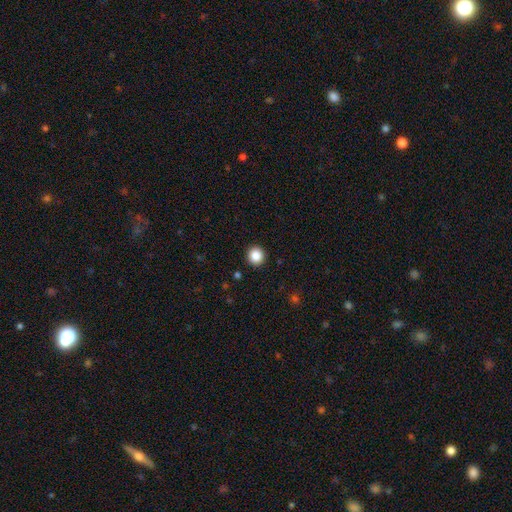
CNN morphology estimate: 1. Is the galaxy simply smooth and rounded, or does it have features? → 87% smooth, 10% star or artifact, 3% featured or disk.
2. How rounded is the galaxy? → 94% round, 5% in between, 1% cigar-shaped.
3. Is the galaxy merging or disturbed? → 93% none, 4% minor disturbance, 2% major disturbance, 1% merger.